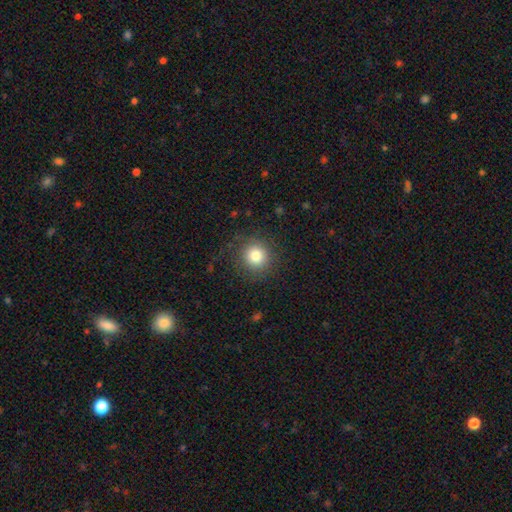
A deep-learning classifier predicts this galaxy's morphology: This appears to be a smooth galaxy with no disk features (81%) that is round (93%). Merging: none (85%).